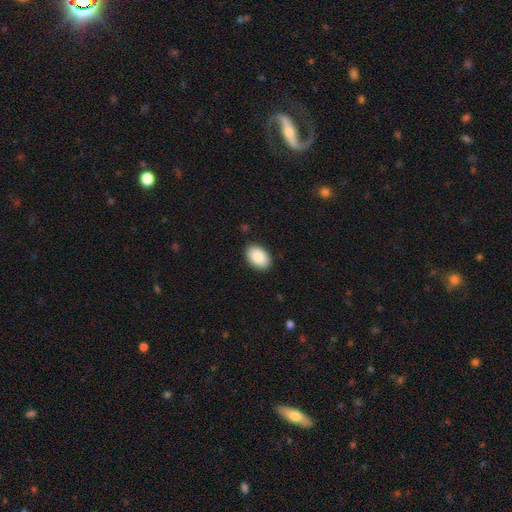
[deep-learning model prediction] A smooth galaxy with no disk features (89%) that is in between round and cigar-shaped (89%).

Vote fractions:
- Smooth or featured? smooth: 89% / star or artifact: 6% / featured or disk: 4%
- How rounded? in between: 89% / round: 10% / cigar-shaped: 1%
- Merging? none: 89% / minor disturbance: 8% / major disturbance: 2% / merger: 1%